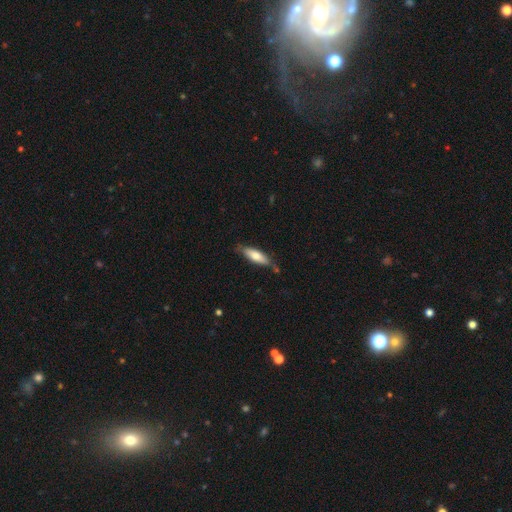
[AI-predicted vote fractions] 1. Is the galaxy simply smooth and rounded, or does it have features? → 68% smooth, 26% featured or disk, 6% star or artifact.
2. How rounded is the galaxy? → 50% cigar-shaped, 48% in between, 2% round.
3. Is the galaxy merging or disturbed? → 71% none, 21% minor disturbance, 4% major disturbance, 4% merger.